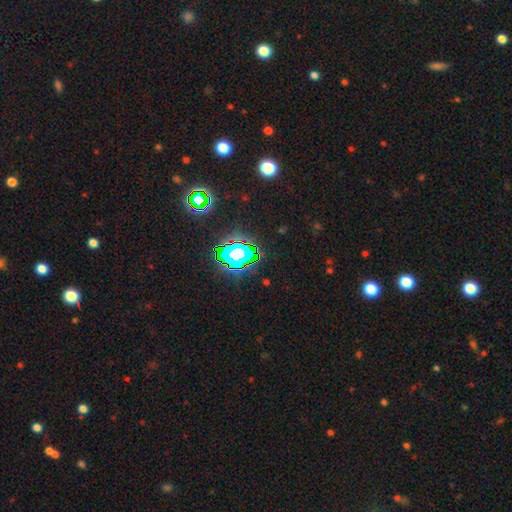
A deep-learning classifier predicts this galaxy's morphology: Overall: star or artifact (82%).